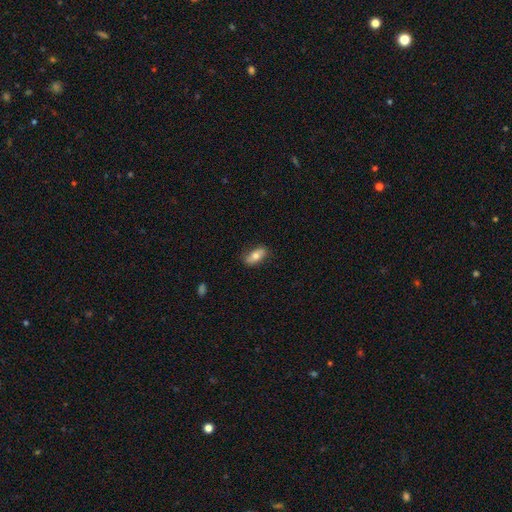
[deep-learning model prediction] This appears to be a smooth galaxy with no disk features (71%) that is in between round and cigar-shaped (82%). Merging: none (81%).